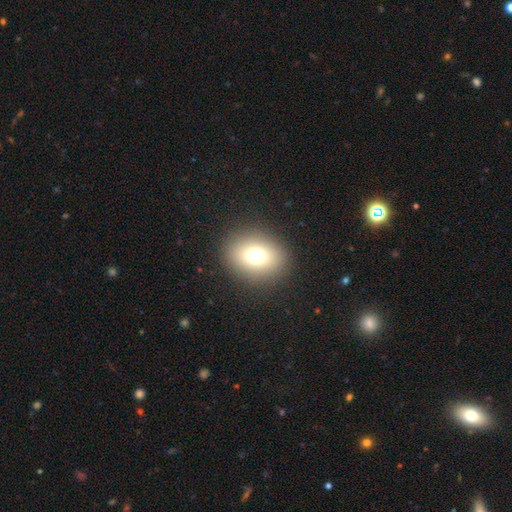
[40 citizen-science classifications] Overall: smooth (75%). How rounded: round (50%, tied with in between). Merging: none (100%).